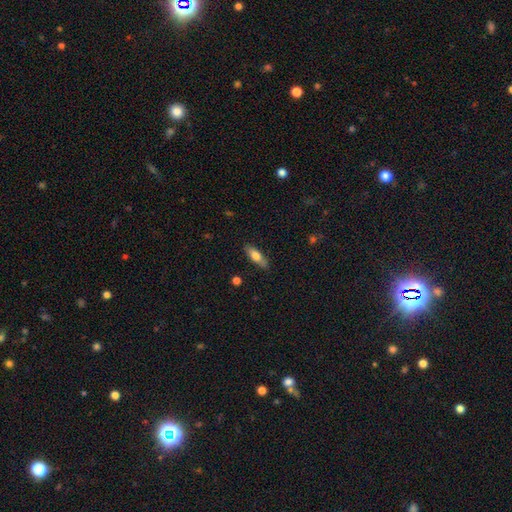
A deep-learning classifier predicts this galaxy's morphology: Smooth or featured: smooth — 69% (featured or disk — 25%)
How rounded: in between — 56% (cigar-shaped — 41%)
Merging: none — 83% (minor disturbance — 13%)